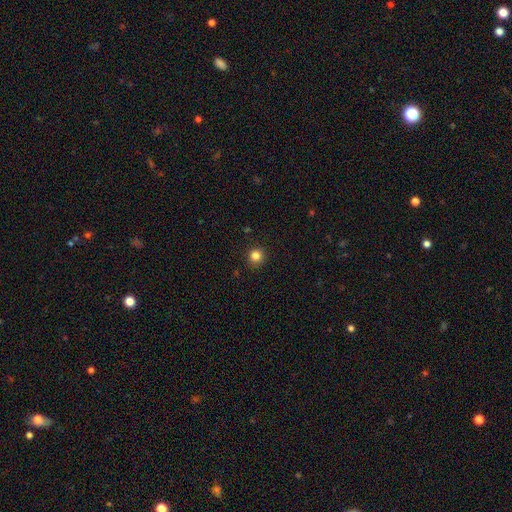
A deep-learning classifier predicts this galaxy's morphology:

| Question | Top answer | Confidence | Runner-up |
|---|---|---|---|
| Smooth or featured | smooth | 83% | star or artifact (13%) |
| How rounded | round | 94% | in between (5%) |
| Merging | none | 92% | minor disturbance (5%) |